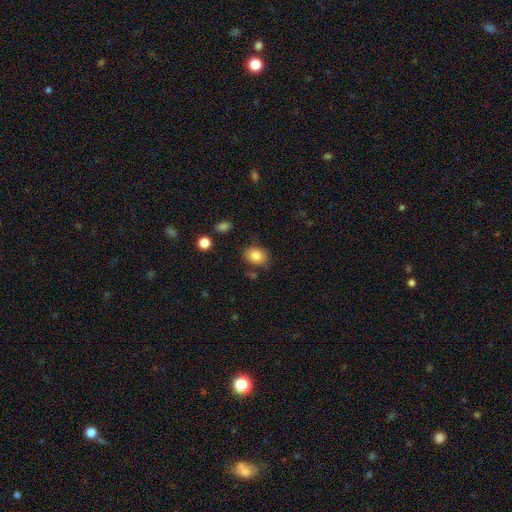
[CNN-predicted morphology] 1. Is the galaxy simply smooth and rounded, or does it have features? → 84% smooth, 9% star or artifact, 7% featured or disk.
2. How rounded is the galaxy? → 63% in between, 36% round, 1% cigar-shaped.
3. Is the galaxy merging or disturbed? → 79% none, 14% minor disturbance, 4% major disturbance, 4% merger.